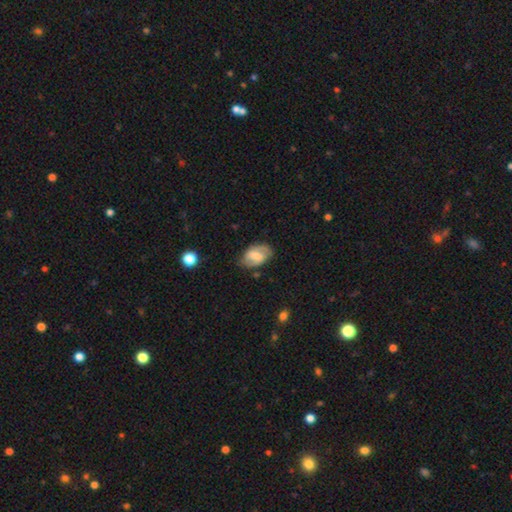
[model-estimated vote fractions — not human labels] Overall: featured or disk (53%; smooth 40%). Edge-on disk: no (96%). Bar: weak (50%; no 25%). Spiral arms: yes (81%). Bulge size: moderate (43%; small 38%). Merging: none (74%).